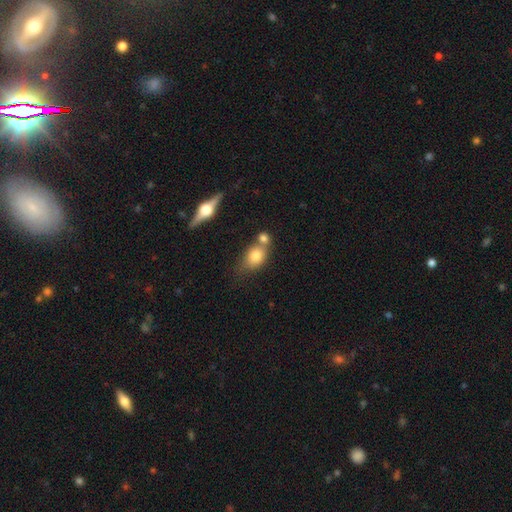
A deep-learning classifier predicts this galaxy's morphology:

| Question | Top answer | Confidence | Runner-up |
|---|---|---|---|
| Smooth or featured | smooth | 75% | featured or disk (16%) |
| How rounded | in between | 62% | round (35%) |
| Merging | none | 42% | merger (40%) |